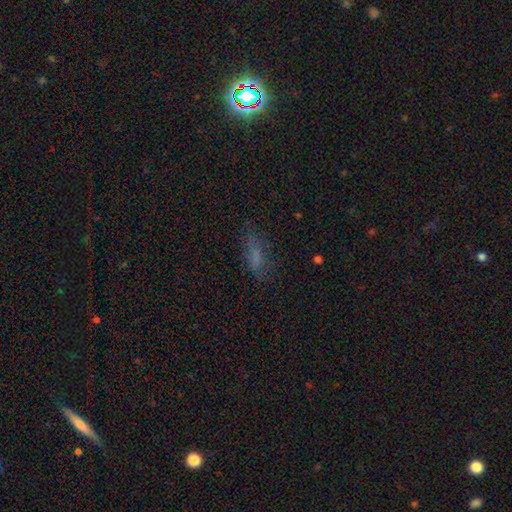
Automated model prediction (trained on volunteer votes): smooth_or_featured: smooth (p=0.65) [alt: star or artifact p=0.17]
how_rounded: in between (p=0.65) [alt: cigar-shaped p=0.32]
merging: none (p=0.64) [alt: minor disturbance p=0.21]